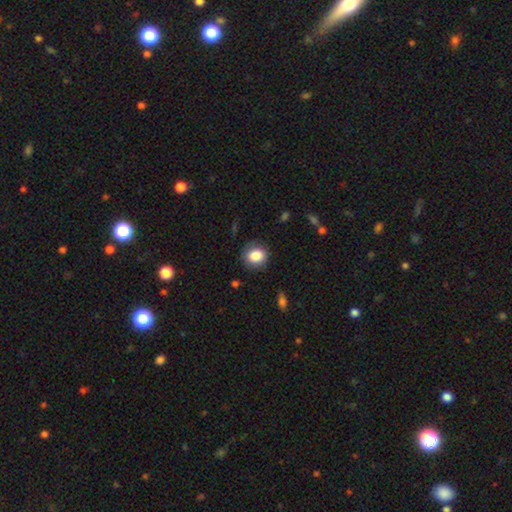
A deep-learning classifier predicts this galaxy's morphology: The model was most divided on "how rounded": round: 73%, in between: 26%, cigar-shaped: 1%. More confident: smooth or featured — smooth (84%); merging — none (82%).